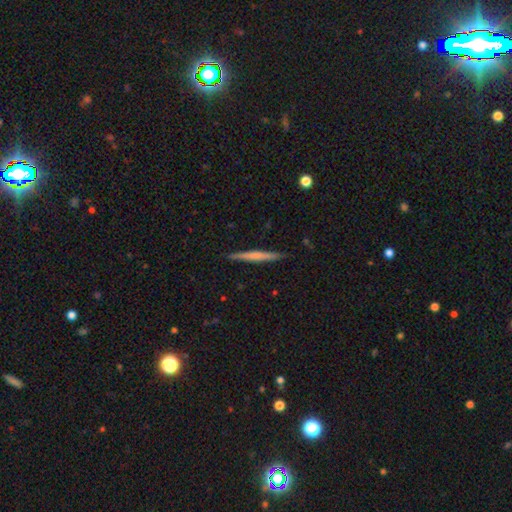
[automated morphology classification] Smooth or featured: featured or disk — 48% (smooth — 47%)
Merging: none — 91% (minor disturbance — 7%)